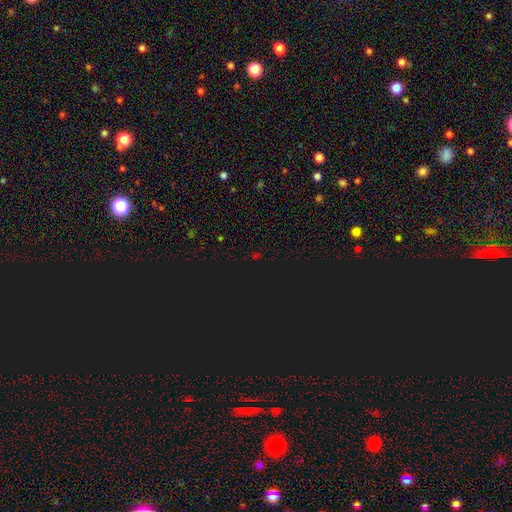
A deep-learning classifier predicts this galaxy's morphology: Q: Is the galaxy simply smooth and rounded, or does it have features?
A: star or artifact — 74%.